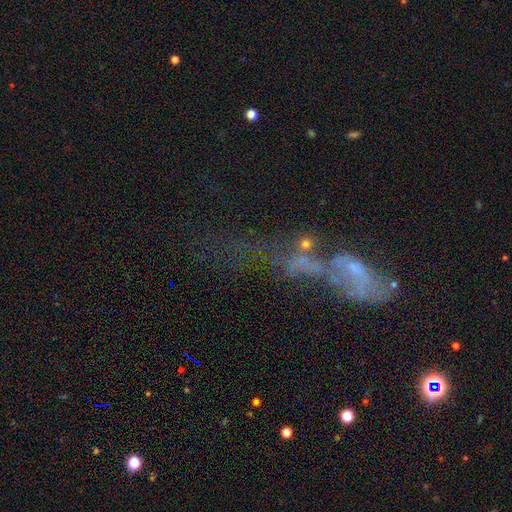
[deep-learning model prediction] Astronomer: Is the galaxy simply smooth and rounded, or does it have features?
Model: featured or disk — 44% (runner-up: smooth, 28%).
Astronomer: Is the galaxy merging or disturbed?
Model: merger — 45% (runner-up: major disturbance, 28%).